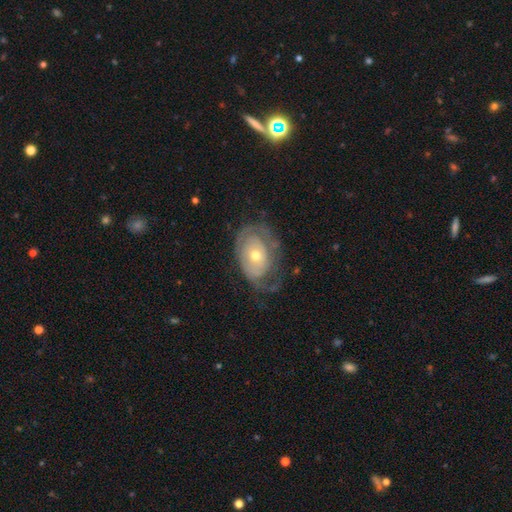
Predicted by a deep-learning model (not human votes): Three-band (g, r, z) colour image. It shows a featured or disk galaxy (68%) with no bar (83%), spiral arms (66%) and a moderate central bulge (53%). Merging: none (49%).